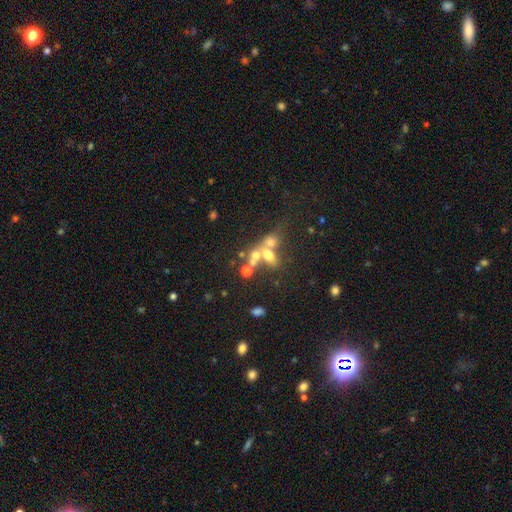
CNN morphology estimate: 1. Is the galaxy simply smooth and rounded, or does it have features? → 50% smooth, 30% featured or disk, 21% star or artifact.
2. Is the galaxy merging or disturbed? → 56% merger, 26% none, 9% major disturbance, 8% minor disturbance.